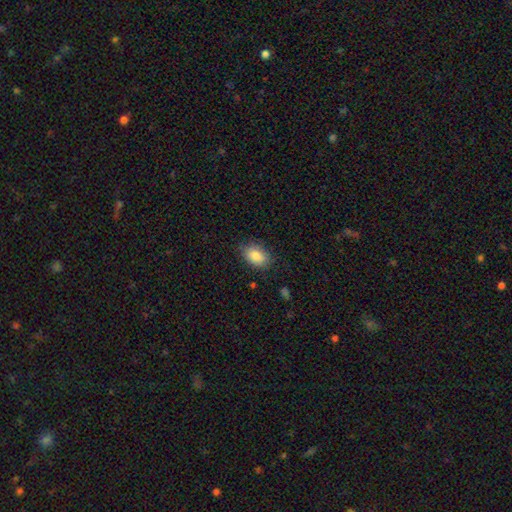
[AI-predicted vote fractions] A smooth galaxy with no disk features (86%) that is in between round and cigar-shaped (83%). Merging: none (81%).